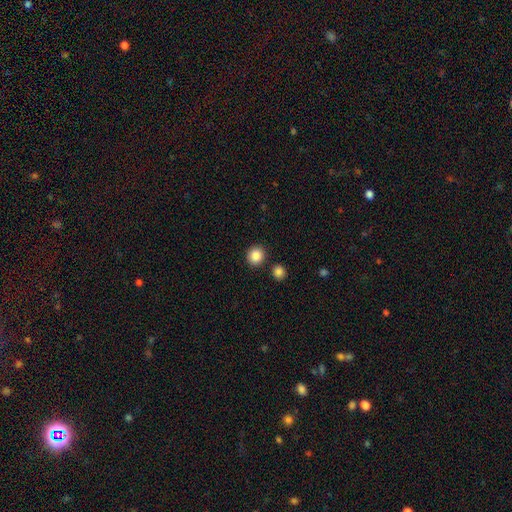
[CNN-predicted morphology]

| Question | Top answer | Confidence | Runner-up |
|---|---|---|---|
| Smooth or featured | smooth | 87% | star or artifact (9%) |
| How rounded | round | 89% | in between (10%) |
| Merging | none | 87% | minor disturbance (6%) |